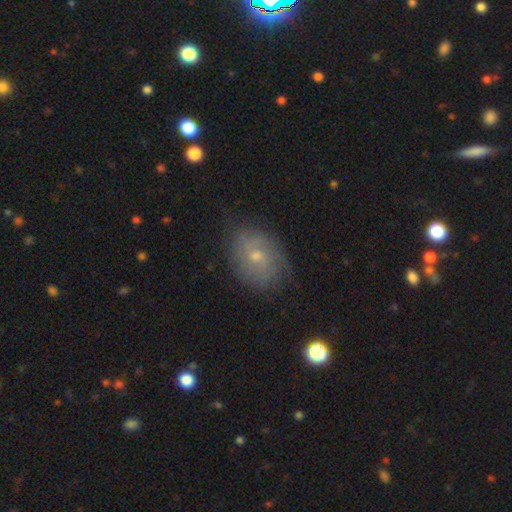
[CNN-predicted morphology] Smooth or featured? Predicted: featured or disk (p=0.51). Edge-on disk? Predicted: no (p=0.95). Merging? Predicted: none (p=0.73).